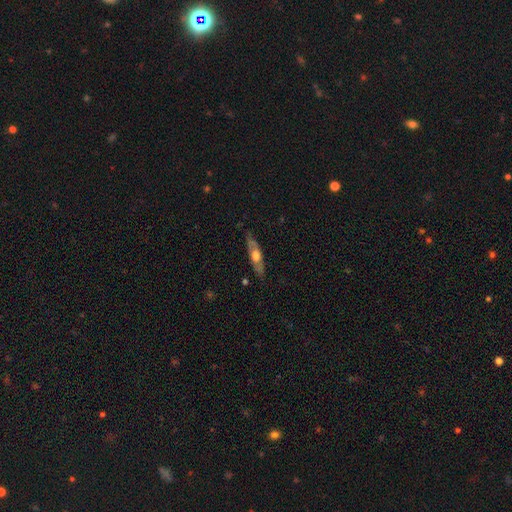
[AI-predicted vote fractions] featured or disk 54%, smooth 40%, star or artifact 6%. Down the decision tree: edge-on disk — yes (61%); merging — none (77%).